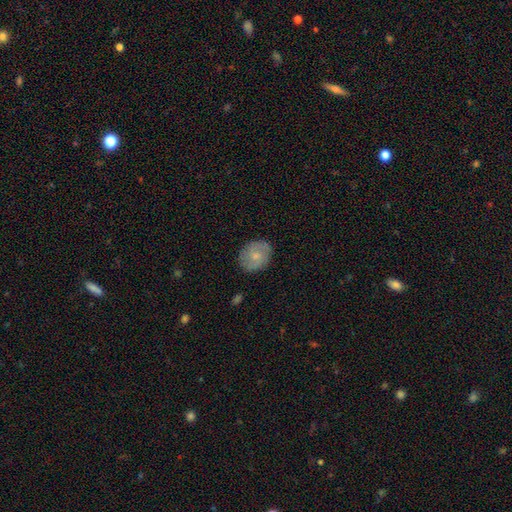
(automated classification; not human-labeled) This is possibly a smooth galaxy (49%). Merging: clearly none (83%).